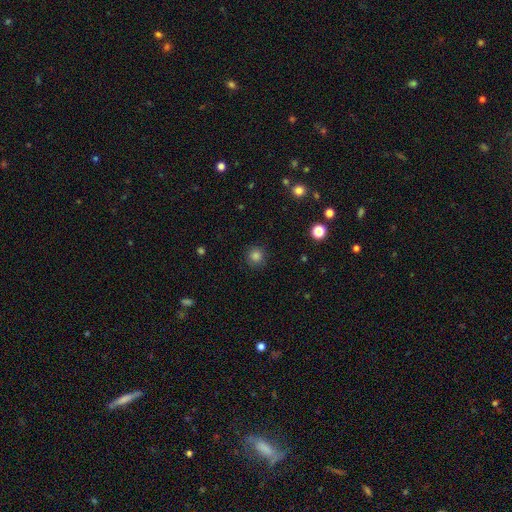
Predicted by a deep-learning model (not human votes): Q: Smooth or featured?
A: smooth (83%); runner-up: star or artifact (13%)
Q: How rounded?
A: round (94%); runner-up: in between (5%)
Q: Merging?
A: none (89%); runner-up: minor disturbance (7%)